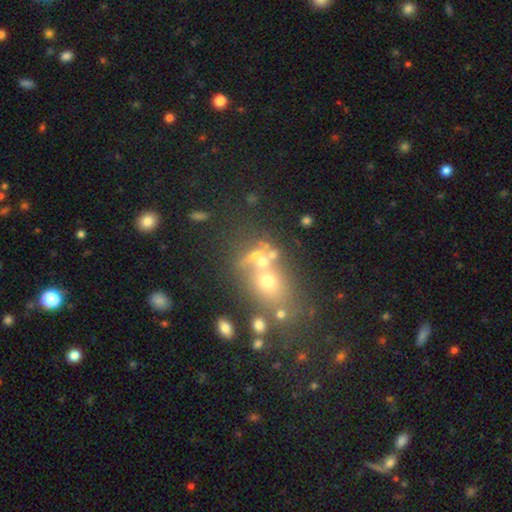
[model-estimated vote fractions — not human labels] Smooth or featured?
  - smooth: 49% *
  - star or artifact: 27%
  - featured or disk: 24%
Merging?
  - none: 41% *
  - merger: 39%
  - minor disturbance: 11%
  - major disturbance: 9%